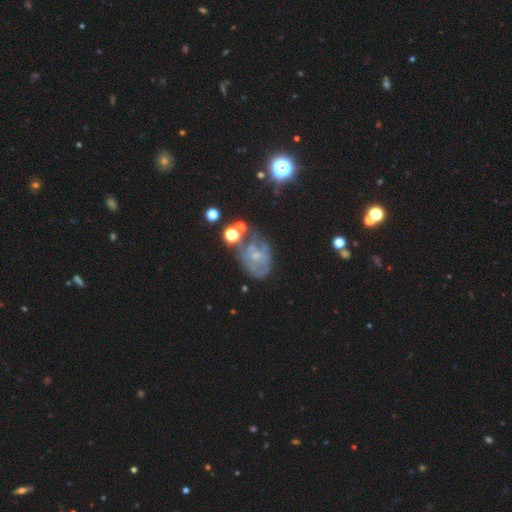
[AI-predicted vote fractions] Smooth or featured: featured or disk — 62% (smooth — 23%)
Edge-on disk: no — 97% (yes — 3%)
Bar: no — 77% (weak — 19%)
Spiral arms: yes — 51% (no — 49%)
Bulge size: small — 64% (moderate — 20%)
Merging: none — 39% (minor disturbance — 26%)